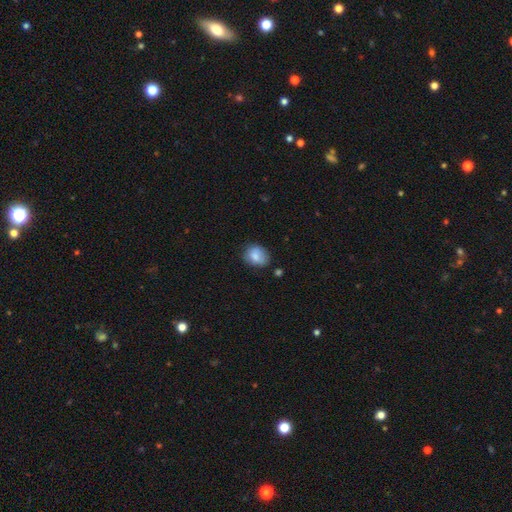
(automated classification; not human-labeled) Morphology: type=smooth (78%); roundness=round (50%); merging=none (64%).